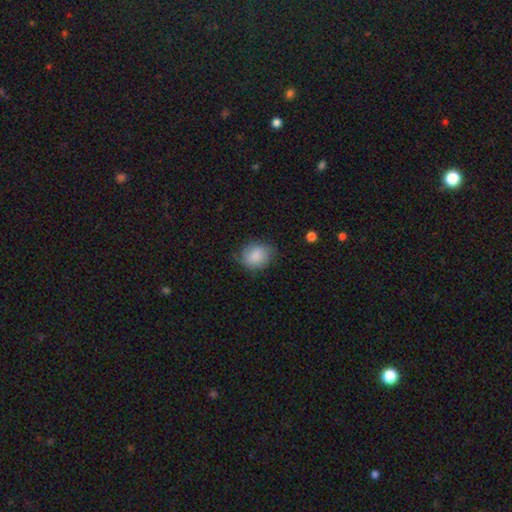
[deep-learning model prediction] Q: Smooth or featured?
A: smooth (86%); runner-up: star or artifact (7%)
Q: How rounded?
A: round (55%); runner-up: in between (44%)
Q: Merging?
A: none (71%); runner-up: minor disturbance (23%)